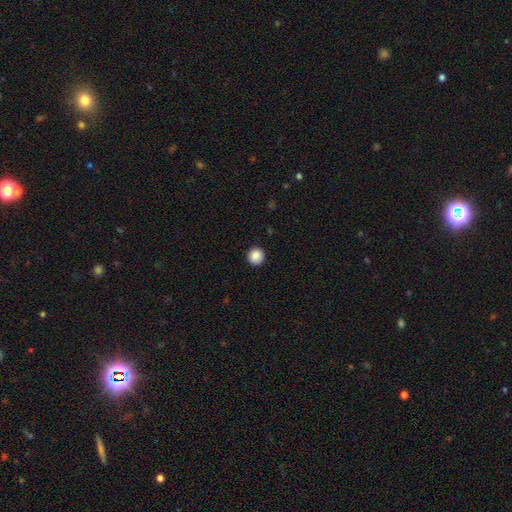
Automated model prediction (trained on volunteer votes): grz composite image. It shows a smooth galaxy with no disk features (87%) that is round (93%). Merging: none (92%).